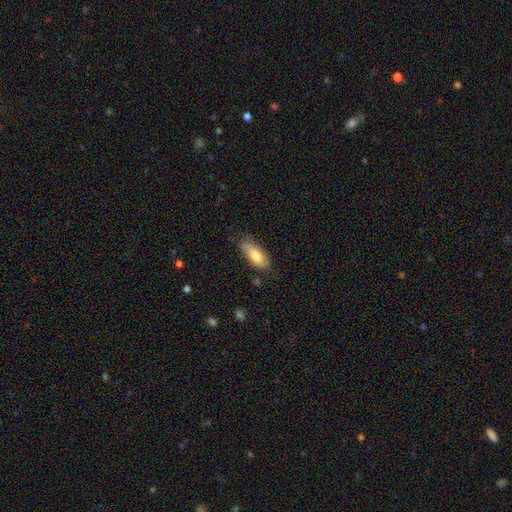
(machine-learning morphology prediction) smooth-or-featured: smooth: 80% | featured or disk: 14% | star or artifact: 6%
  how-rounded: in between: 79% | cigar-shaped: 19% | round: 2%
  merging: none: 69% | minor disturbance: 25% | major disturbance: 5% | merger: 2%